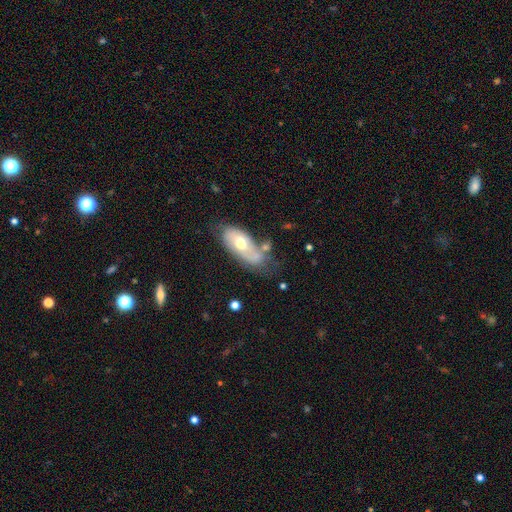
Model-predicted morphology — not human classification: Q: Smooth or featured?
A: smooth (50%); runner-up: featured or disk (43%)
Q: Merging?
A: none (41%); runner-up: minor disturbance (27%)